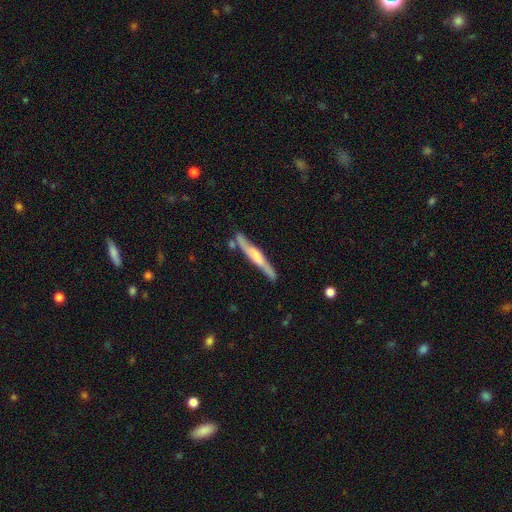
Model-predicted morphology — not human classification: Overall: featured or disk (61%; smooth 34%). Edge-on disk: yes (91%). Edge-on bulge: rounded (49%; boxy 28%). Merging: none (78%).